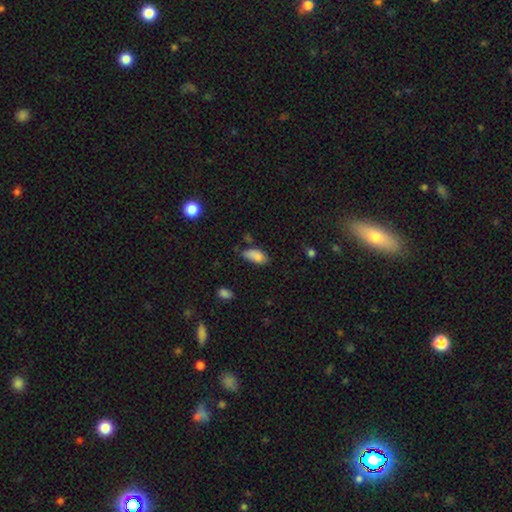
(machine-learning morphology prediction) Q: Smooth or featured?
A: smooth (84%); runner-up: star or artifact (9%)
Q: How rounded?
A: in between (89%); runner-up: cigar-shaped (8%)
Q: Merging?
A: none (52%); runner-up: minor disturbance (35%)